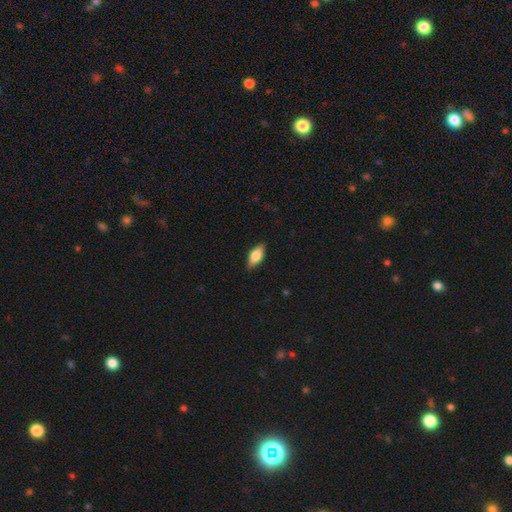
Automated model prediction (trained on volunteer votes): Overall: smooth (71%). How rounded: in between (81%). Merging: none (87%).